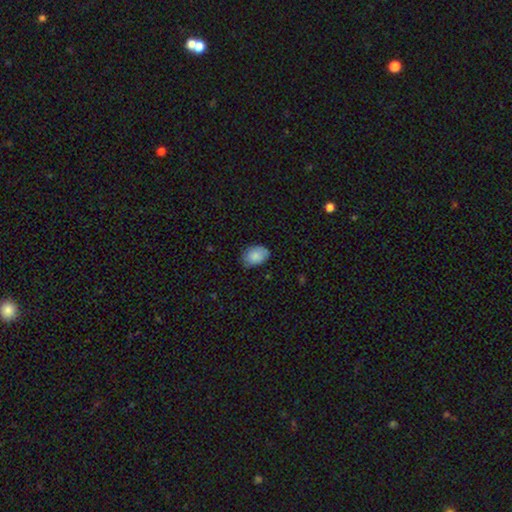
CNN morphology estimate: Q: Smooth or featured?
A: smooth (85%); runner-up: featured or disk (8%)
Q: How rounded?
A: in between (80%); runner-up: round (19%)
Q: Merging?
A: none (70%); runner-up: minor disturbance (25%)